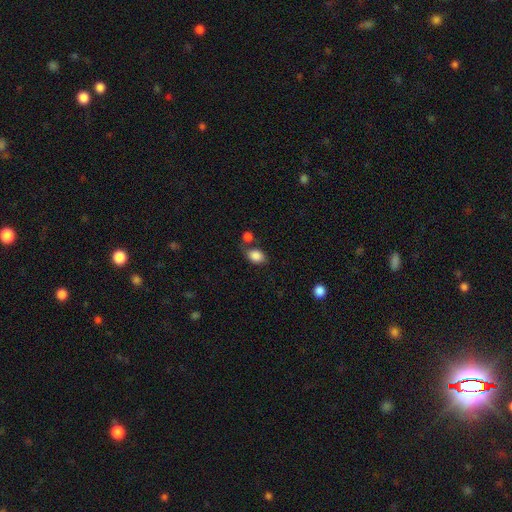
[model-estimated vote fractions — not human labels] Smooth or featured? smooth (86%)
How rounded? in between (75%)
Merging? none (51%)